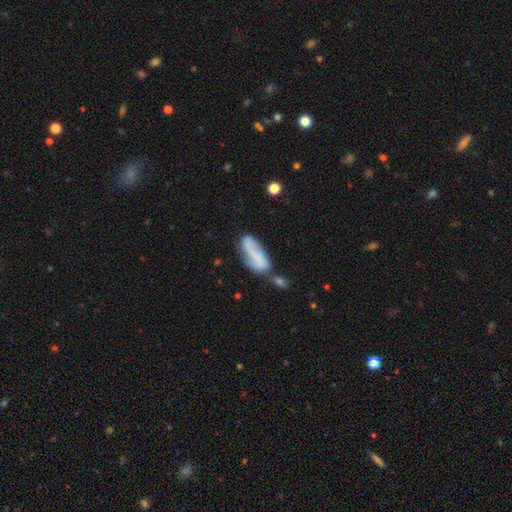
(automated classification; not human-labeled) Smooth or featured: smooth — 48% (featured or disk — 44%)
Merging: none — 43% (minor disturbance — 25%)